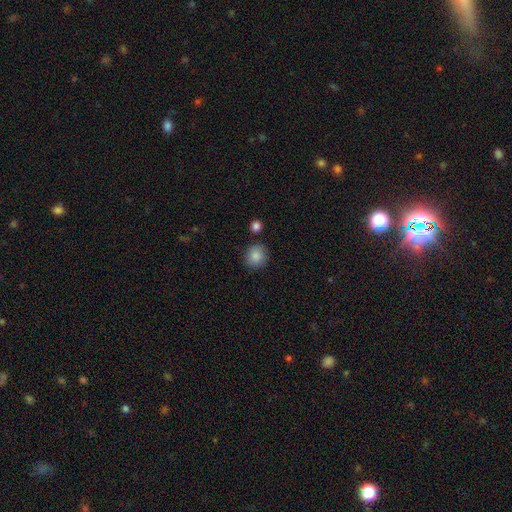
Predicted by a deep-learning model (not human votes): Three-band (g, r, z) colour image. It shows a smooth galaxy with no disk features (87%) that is round (83%). Merging: none (86%).